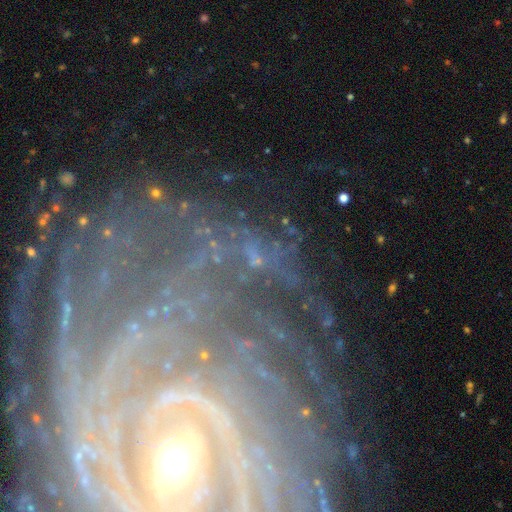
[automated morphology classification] Smooth or featured?
  - featured or disk: 65% *
  - star or artifact: 23%
  - smooth: 11%
Edge-on disk?
  - no: 92% *
  - yes: 8%
Bar?
  - no: 38% *
  - strong: 31%
  - weak: 31%
Spiral arms?
  - yes: 89% *
  - no: 11%
Spiral winding?
  - tight: 71% *
  - medium: 21%
  - loose: 8%
Spiral arm count?
  - can't tell: 29% *
  - 2: 16%
  - 3: 15%
  - more than 4: 14%
  - 4: 13%
  - 1: 12%
Bulge size?
  - small: 59% *
  - moderate: 24%
  - none: 9%
  - large: 5%
  - dominant: 3%
Merging?
  - none: 71% *
  - minor disturbance: 15%
  - major disturbance: 10%
  - merger: 4%